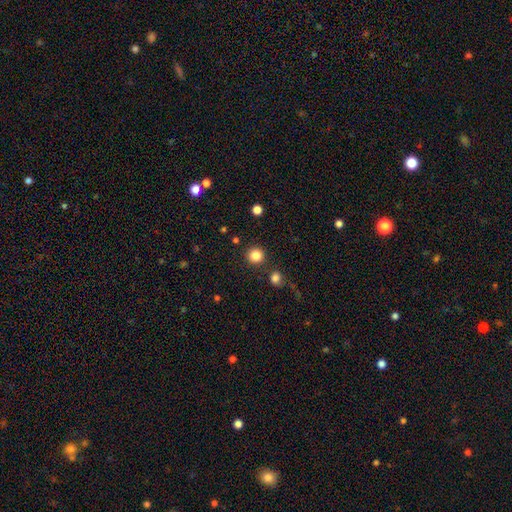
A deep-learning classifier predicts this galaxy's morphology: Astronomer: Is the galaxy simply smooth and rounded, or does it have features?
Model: smooth — 84%.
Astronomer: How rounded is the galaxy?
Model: round — 94%.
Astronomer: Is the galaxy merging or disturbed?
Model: none — 89%.